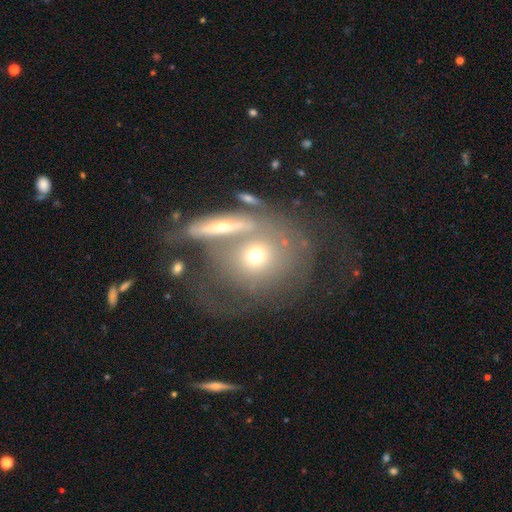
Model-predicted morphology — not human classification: Smooth or featured? Predicted: smooth (p=0.50). How rounded? Predicted: round (p=0.75). Merging? Predicted: merger (p=0.38).